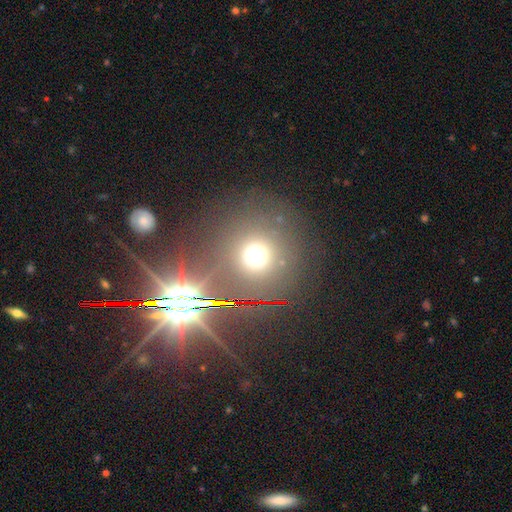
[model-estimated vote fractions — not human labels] Smooth or featured: smooth — 58% (star or artifact — 34%)
How rounded: round — 92% (in between — 7%)
Merging: none — 81% (minor disturbance — 8%)